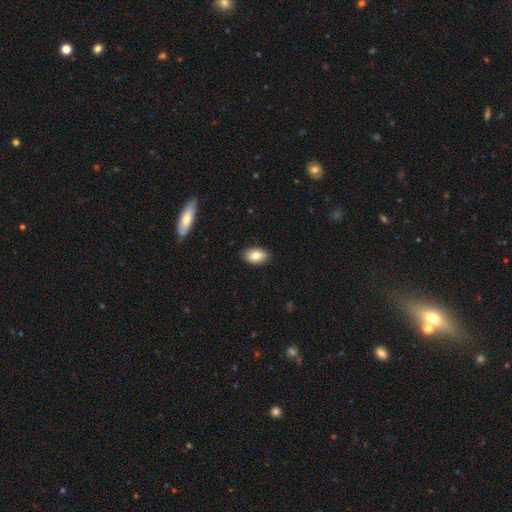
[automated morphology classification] Smooth or featured: smooth — 82% (featured or disk — 10%)
How rounded: in between — 90% (round — 8%)
Merging: none — 88% (minor disturbance — 9%)